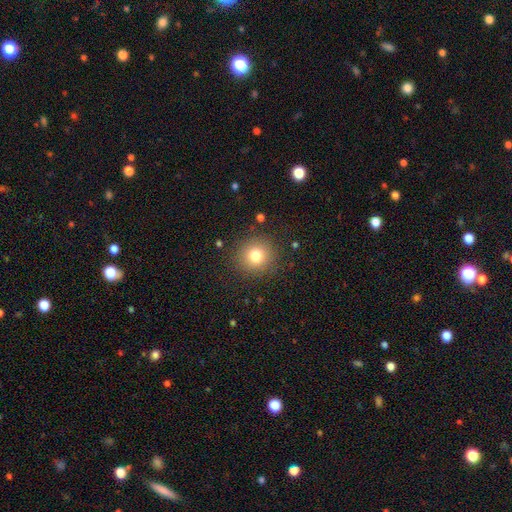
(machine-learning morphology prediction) Smooth or featured: smooth — 77% (star or artifact — 13%)
How rounded: round — 93% (in between — 6%)
Merging: none — 88% (minor disturbance — 7%)